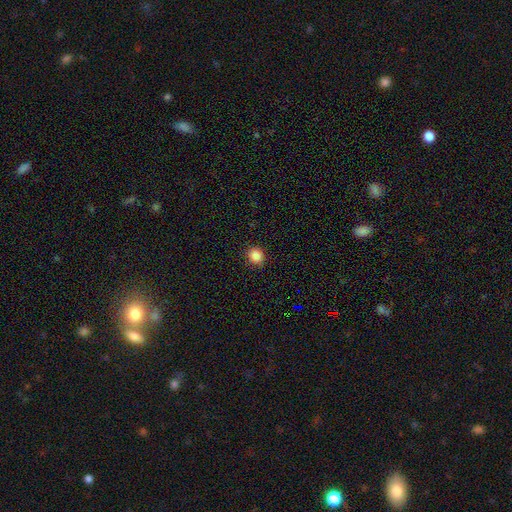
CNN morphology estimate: Smooth or featured? Predicted: smooth (p=0.86). How rounded? Predicted: round (p=0.90). Merging? Predicted: none (p=0.90).